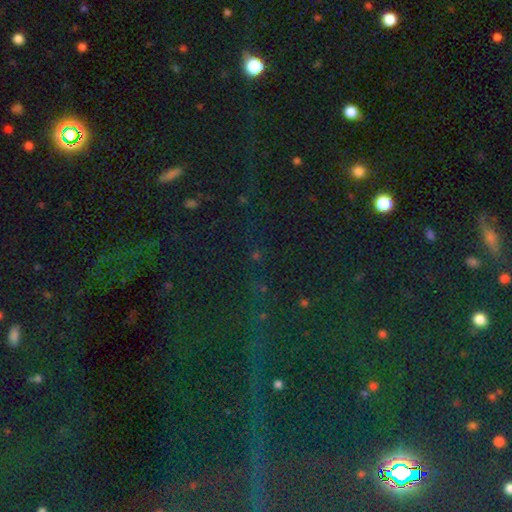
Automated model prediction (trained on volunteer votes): A star or artifact, not a galaxy (81%).